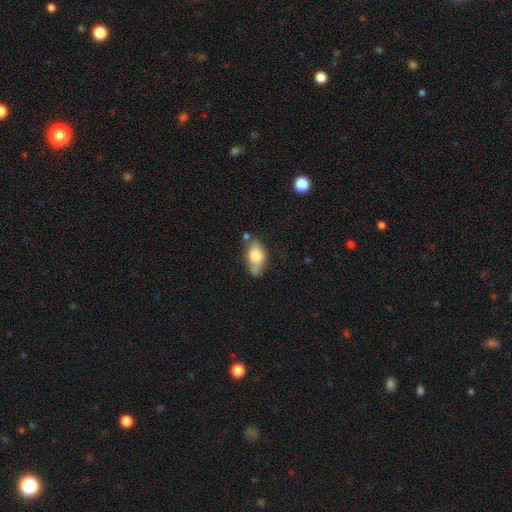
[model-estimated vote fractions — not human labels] Smooth or featured: smooth — 78% (featured or disk — 15%)
How rounded: in between — 90% (round — 6%)
Merging: none — 56% (minor disturbance — 27%)